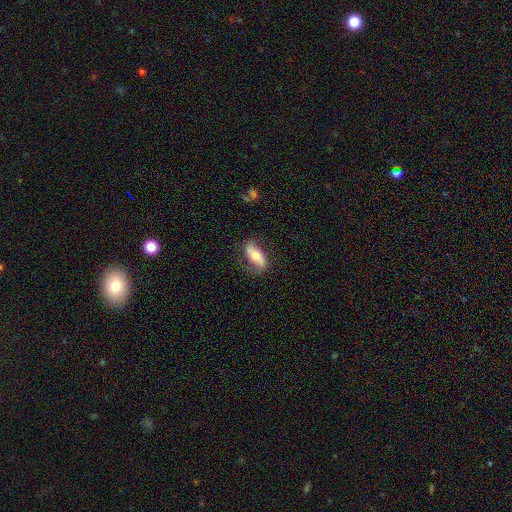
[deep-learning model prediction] This is possibly a featured or disk galaxy (50%). It is clearly not viewed edge-on (82%). Merging: likely none (72%).